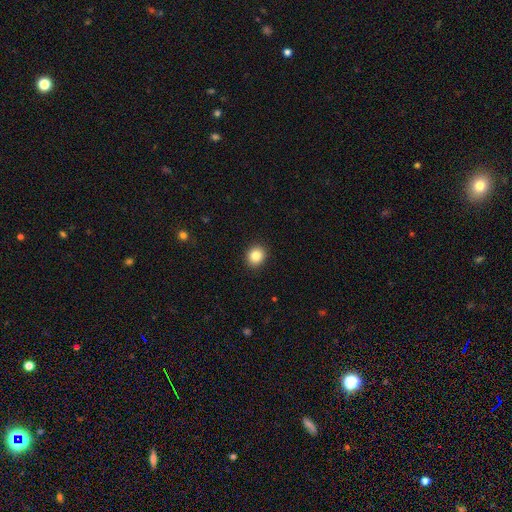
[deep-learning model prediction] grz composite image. It shows a smooth galaxy with no disk features (84%) that is round (78%). Merging: none (92%).